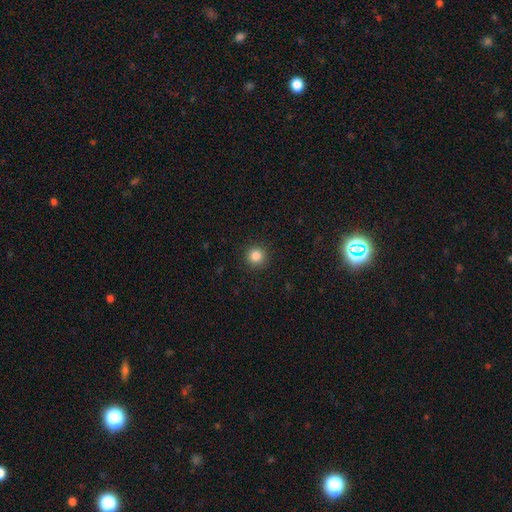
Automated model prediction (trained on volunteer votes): smooth-or-featured: smooth: 84% | star or artifact: 11% | featured or disk: 5%
  how-rounded: round: 94% | in between: 5% | cigar-shaped: 1%
  merging: none: 92% | minor disturbance: 5% | major disturbance: 2% | merger: 1%